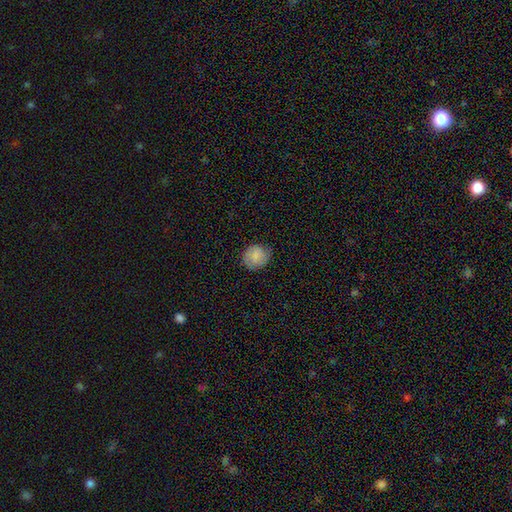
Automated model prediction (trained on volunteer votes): A smooth galaxy with no disk features (81%) that is round (77%).

Vote fractions:
- Smooth or featured? smooth: 81% / featured or disk: 11% / star or artifact: 8%
- How rounded? round: 77% / in between: 22% / cigar-shaped: 1%
- Merging? none: 79% / minor disturbance: 16% / major disturbance: 4% / merger: 1%